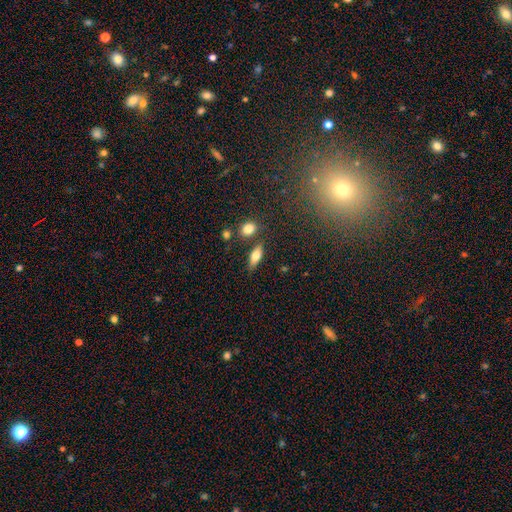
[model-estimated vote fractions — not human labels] smooth-or-featured: smooth: 67% | featured or disk: 25% | star or artifact: 8%
  how-rounded: in between: 69% | cigar-shaped: 26% | round: 5%
  merging: none: 77% | minor disturbance: 12% | merger: 8% | major disturbance: 3%